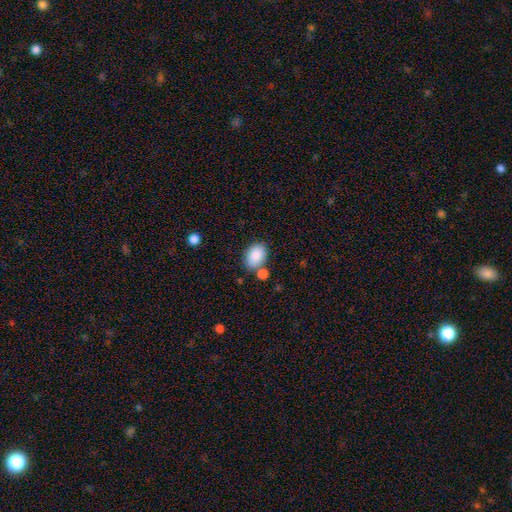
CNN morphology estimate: This is clearly a smooth galaxy (88%). How rounded: clearly in between (80%). Merging: likely none (70%).